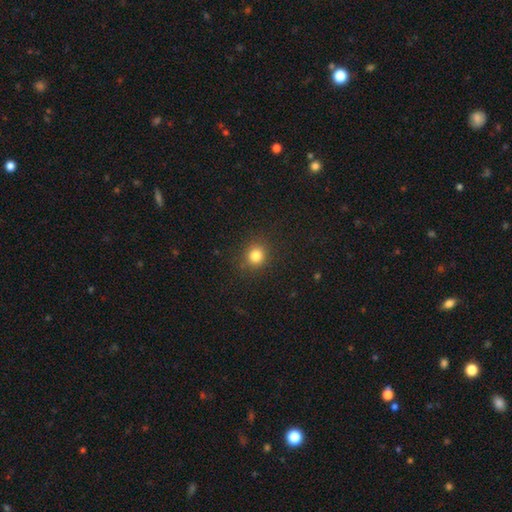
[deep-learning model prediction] Smooth or featured: smooth — 83% (star or artifact — 13%)
How rounded: round — 86% (in between — 13%)
Merging: none — 87% (minor disturbance — 8%)